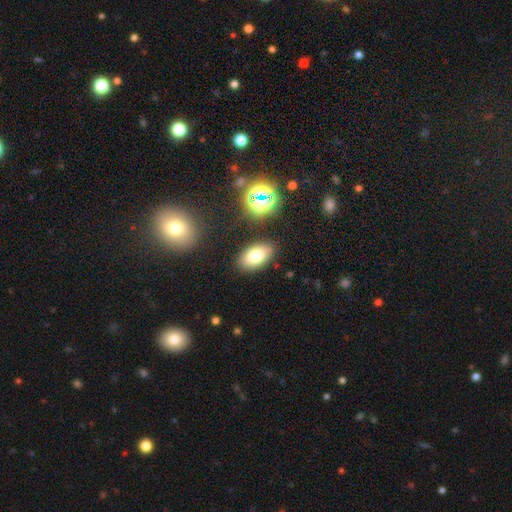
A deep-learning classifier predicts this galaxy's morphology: The model was most divided on "smooth or featured": smooth: 75%, featured or disk: 13%, star or artifact: 12%. More confident: how rounded — in between (91%); merging — none (85%).